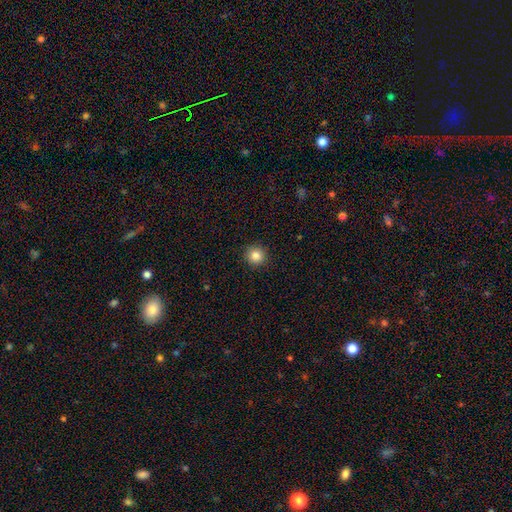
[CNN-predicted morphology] The model was most divided on "smooth or featured": smooth: 84%, star or artifact: 11%, featured or disk: 5%. More confident: how rounded — round (94%); merging — none (92%).